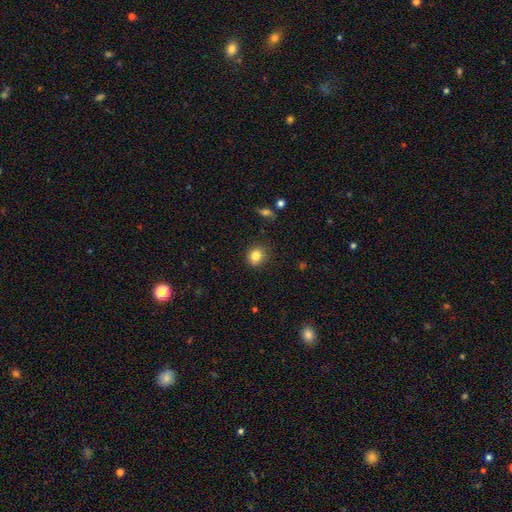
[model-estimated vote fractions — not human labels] smooth_or_featured: smooth (p=0.83) [alt: star or artifact p=0.11]
how_rounded: round (p=0.78) [alt: in between p=0.21]
merging: none (p=0.83) [alt: minor disturbance p=0.12]